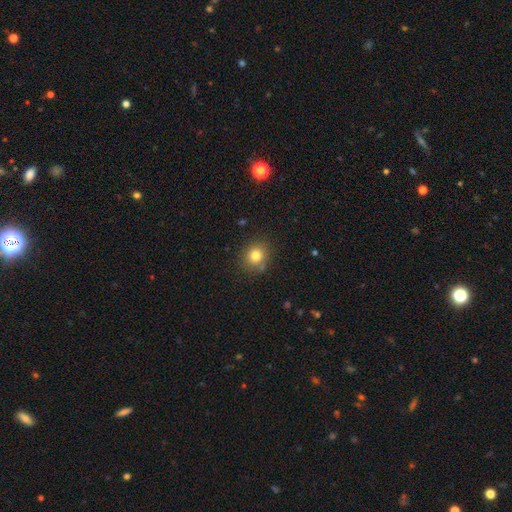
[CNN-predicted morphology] smooth-or-featured: smooth: 79% | star or artifact: 13% | featured or disk: 8%
  how-rounded: round: 82% | in between: 17% | cigar-shaped: 1%
  merging: none: 81% | minor disturbance: 12% | major disturbance: 3% | merger: 3%